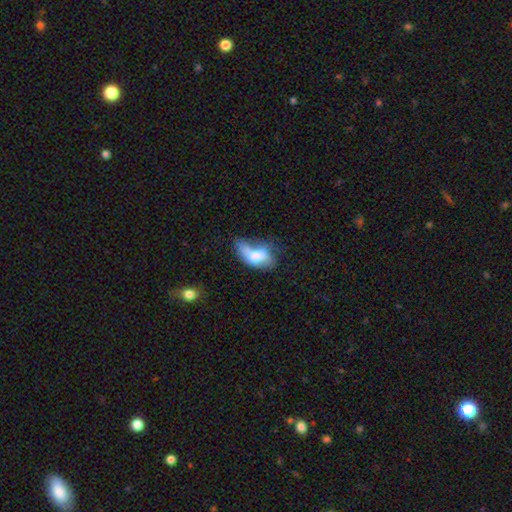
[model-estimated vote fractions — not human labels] Overall: smooth (60%; featured or disk 30%). How rounded: in between (87%). Merging: major disturbance (34%; merger 26%).